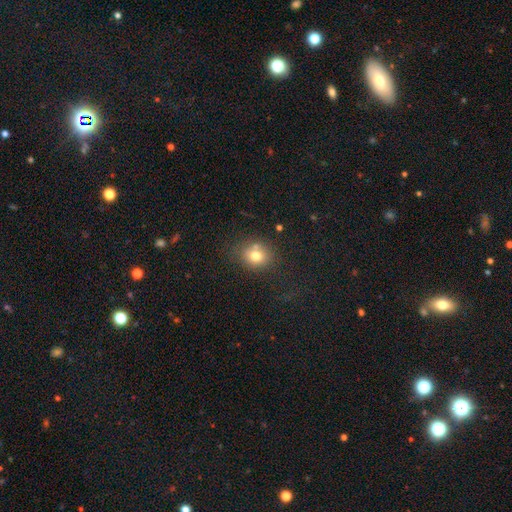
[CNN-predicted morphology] Smooth or featured? smooth (74%)
How rounded? round (65%)
Merging? none (64%)